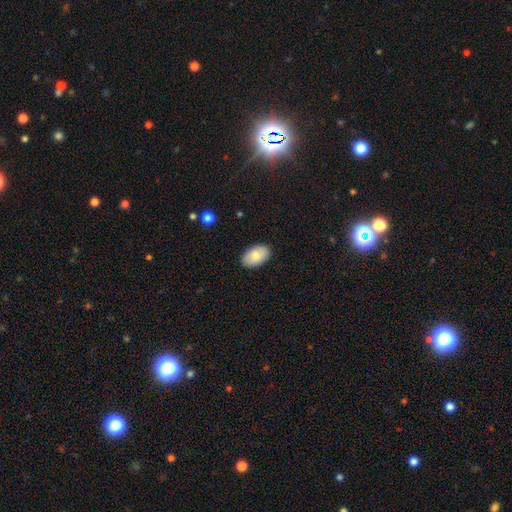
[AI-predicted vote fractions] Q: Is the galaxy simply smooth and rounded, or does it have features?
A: smooth — 78%.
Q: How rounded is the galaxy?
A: in between — 93%.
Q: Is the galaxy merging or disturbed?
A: none — 88%.